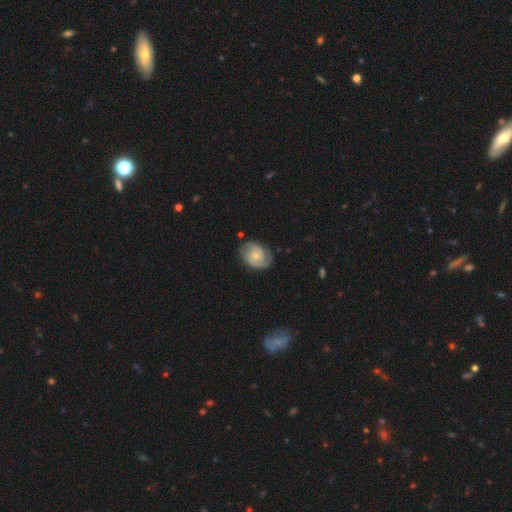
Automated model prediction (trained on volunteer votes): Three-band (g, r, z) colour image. It shows a featured or disk galaxy (78%) with no bar (67%), 2 (81%) tight (46%) spiral arms (96%) and a small central bulge (59%). Merging: none (78%).